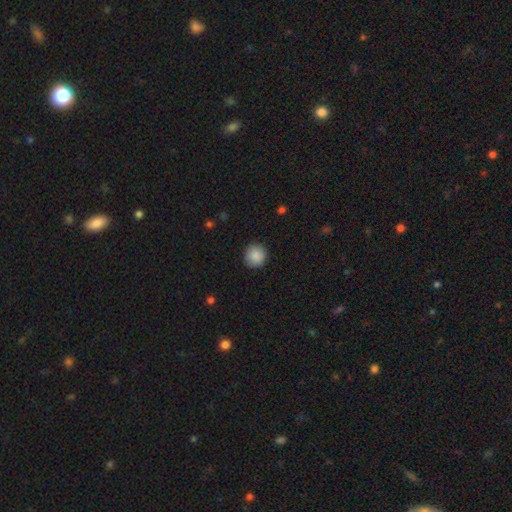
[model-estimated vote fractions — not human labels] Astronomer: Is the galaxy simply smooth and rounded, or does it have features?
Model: smooth — 89%.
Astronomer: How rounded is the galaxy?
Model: round — 93%.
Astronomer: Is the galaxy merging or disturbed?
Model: none — 91%.